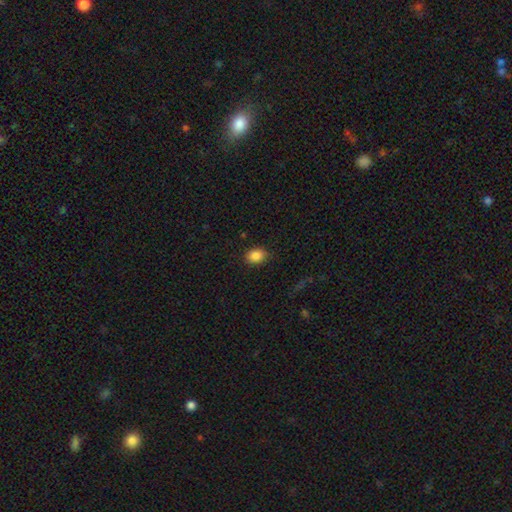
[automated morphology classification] This appears to be a smooth galaxy with no disk features (87%) that is in between round and cigar-shaped (63%). Merging: none (83%).